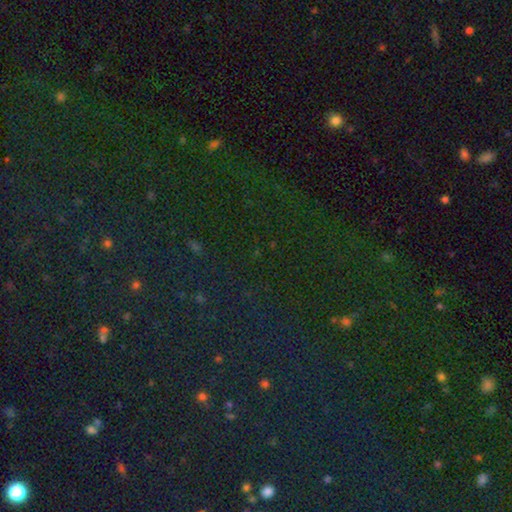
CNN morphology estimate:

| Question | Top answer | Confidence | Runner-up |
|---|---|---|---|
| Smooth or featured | star or artifact | 78% | smooth (14%) |